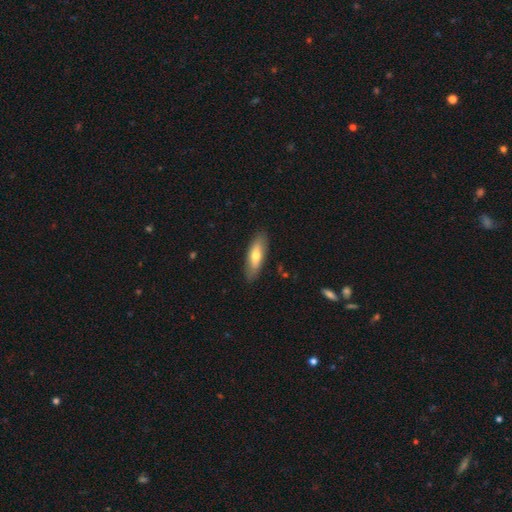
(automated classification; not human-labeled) A smooth galaxy with no disk features (65%) that is in between round and cigar-shaped (56%). Merging: none (86%).